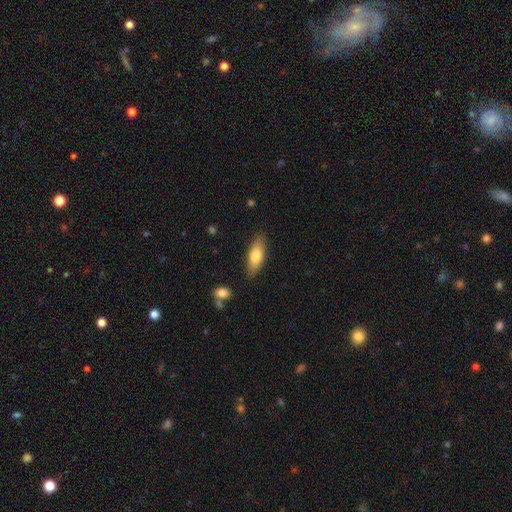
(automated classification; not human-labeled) Overall: smooth (72%). How rounded: in between (62%; cigar-shaped 35%). Merging: none (84%).